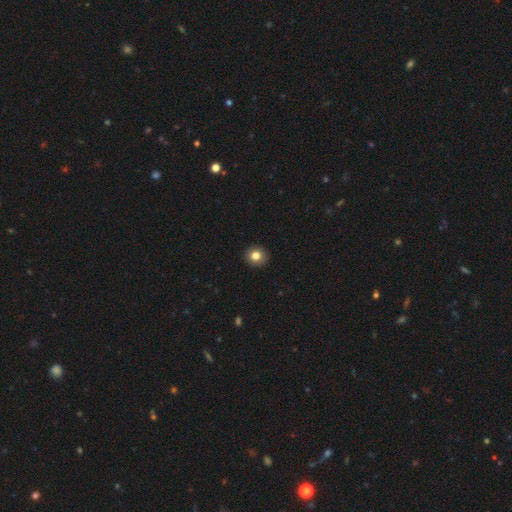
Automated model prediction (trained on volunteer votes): A smooth galaxy with no disk features (82%) that is round (87%). Merging: none (92%).